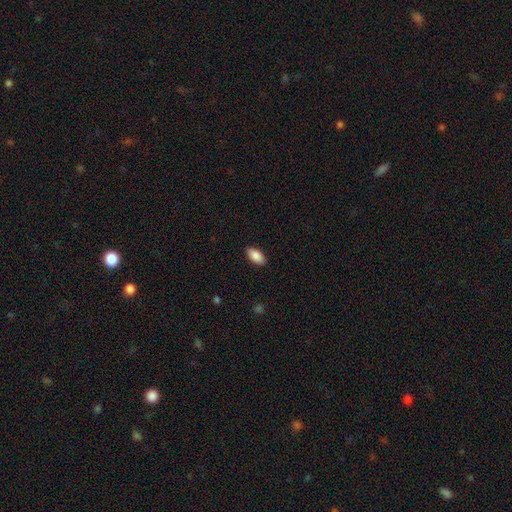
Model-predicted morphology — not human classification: Smooth or featured?
  - smooth: 89% *
  - star or artifact: 6%
  - featured or disk: 5%
How rounded?
  - in between: 93% *
  - cigar-shaped: 5%
  - round: 2%
Merging?
  - none: 89% *
  - minor disturbance: 8%
  - major disturbance: 2%
  - merger: 1%